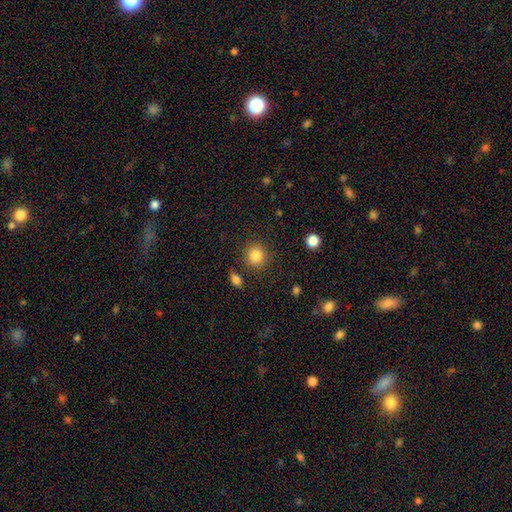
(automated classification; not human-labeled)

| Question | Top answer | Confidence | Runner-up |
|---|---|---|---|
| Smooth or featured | smooth | 85% | star or artifact (10%) |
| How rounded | round | 89% | in between (10%) |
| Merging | none | 85% | minor disturbance (8%) |